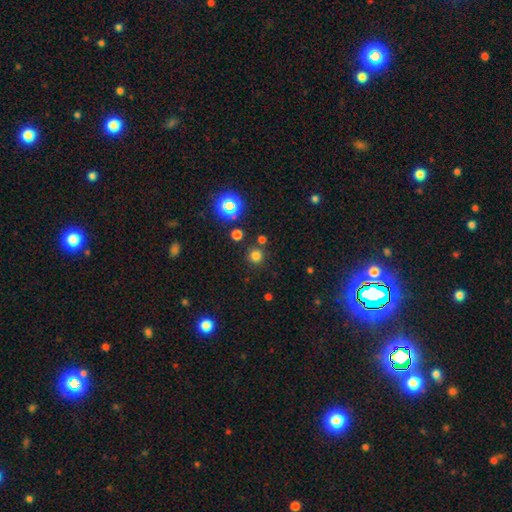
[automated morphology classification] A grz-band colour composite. It shows a smooth galaxy with no disk features (72%) that is round (94%). Merging: none (82%).